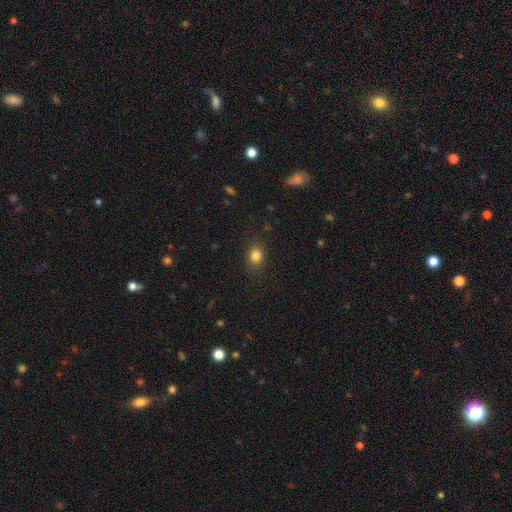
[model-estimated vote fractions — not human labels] Morphology: type=smooth (83%); roundness=in between (56%); merging=none (83%).